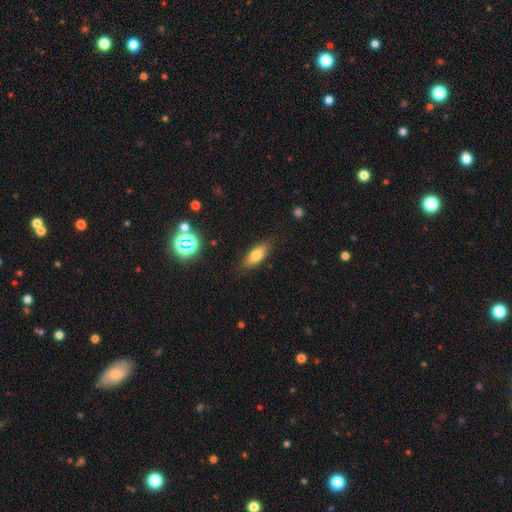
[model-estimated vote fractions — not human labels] The model was most divided on "how rounded": in between: 75%, cigar-shaped: 21%, round: 4%. More confident: merging — none (83%); smooth or featured — smooth (74%).